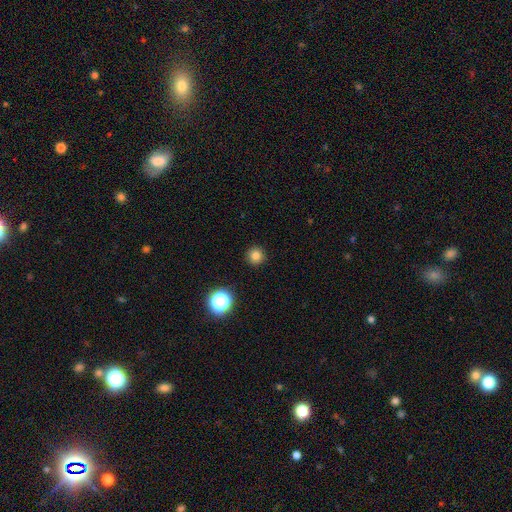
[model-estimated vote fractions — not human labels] Morphology: type=smooth (80%); roundness=round (95%); merging=none (92%).